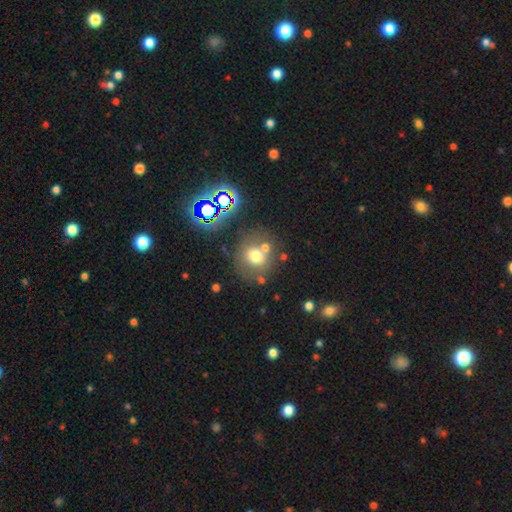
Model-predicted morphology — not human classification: The model was most divided on "merging": none: 64%, merger: 19%, minor disturbance: 12%, major disturbance: 6%. More confident: how rounded — round (82%); smooth or featured — smooth (66%).